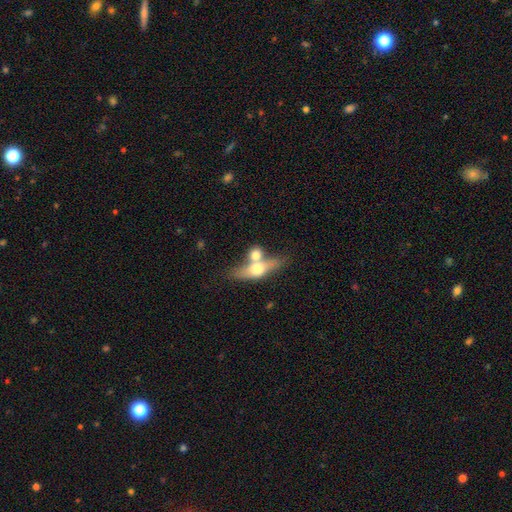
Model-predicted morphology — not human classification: Overall: smooth (56%; featured or disk 38%). How rounded: in between (53%; cigar-shaped 27%). Merging: merger (50%; none 34%).